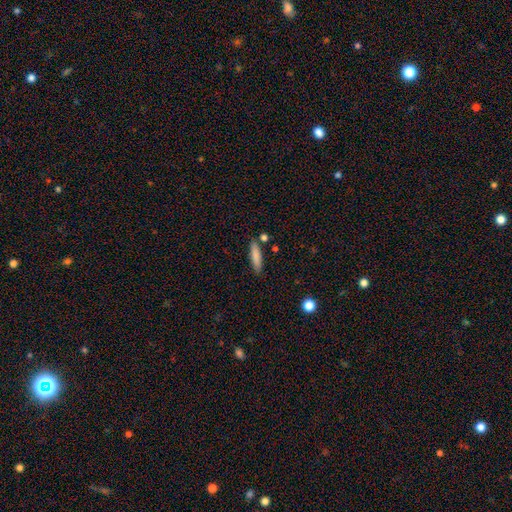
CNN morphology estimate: smooth 83%, featured or disk 11%, star or artifact 6%. Down the decision tree: how rounded — cigar-shaped (77%); merging — none (82%).